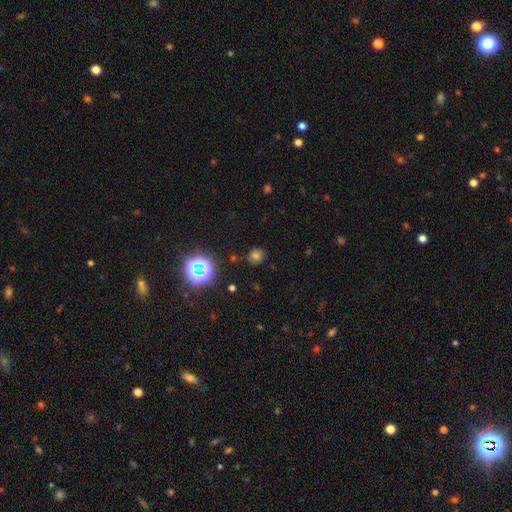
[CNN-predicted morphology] Q: Smooth or featured?
A: smooth (64%); runner-up: star or artifact (28%)
Q: How rounded?
A: round (83%); runner-up: in between (16%)
Q: Merging?
A: none (84%); runner-up: minor disturbance (10%)